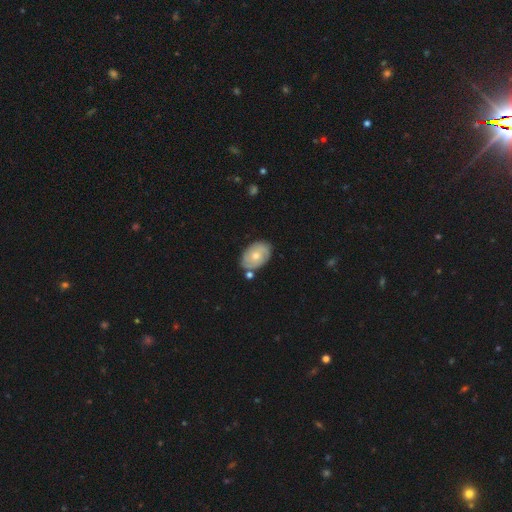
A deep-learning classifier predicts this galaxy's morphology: Q: Smooth or featured?
A: featured or disk (50%); runner-up: smooth (43%)
Q: Merging?
A: none (73%); runner-up: minor disturbance (16%)